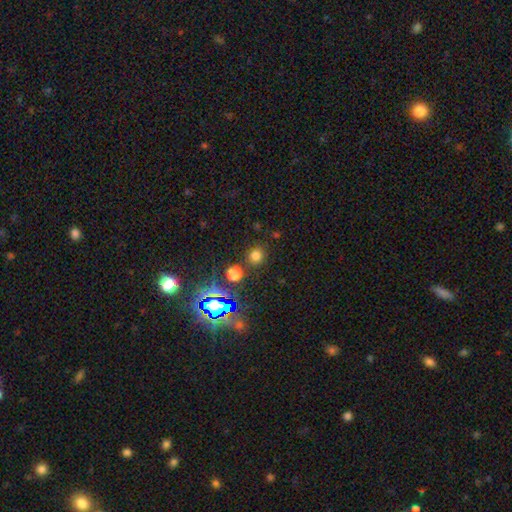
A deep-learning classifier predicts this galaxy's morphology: Q: Smooth or featured?
A: smooth (70%); runner-up: star or artifact (24%)
Q: How rounded?
A: round (87%); runner-up: in between (12%)
Q: Merging?
A: none (82%); runner-up: minor disturbance (8%)